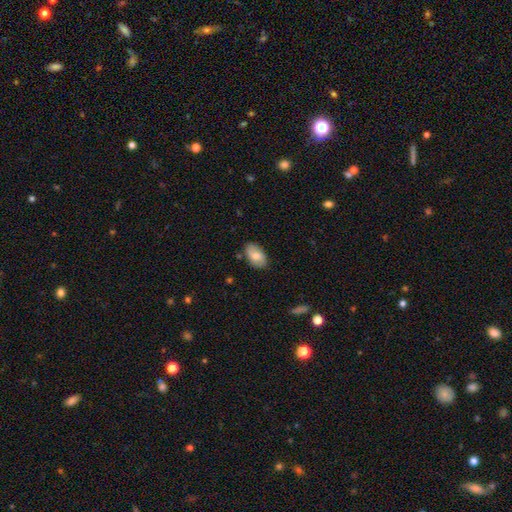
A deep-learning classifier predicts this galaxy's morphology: Smooth or featured? Predicted: smooth (p=0.68). How rounded? Predicted: in between (p=0.92). Merging? Predicted: none (p=0.80).